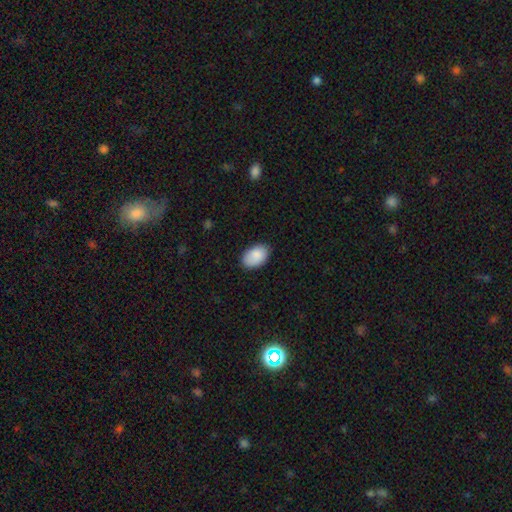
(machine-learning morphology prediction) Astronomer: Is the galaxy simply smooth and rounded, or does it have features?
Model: smooth — 89%.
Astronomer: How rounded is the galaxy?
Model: in between — 91%.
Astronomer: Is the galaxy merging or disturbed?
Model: none — 83%.